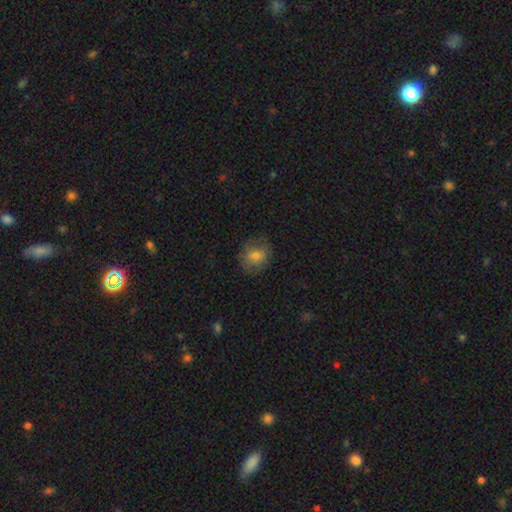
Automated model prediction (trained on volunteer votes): Smooth or featured?
  - smooth: 70% *
  - featured or disk: 21%
  - star or artifact: 10%
How rounded?
  - round: 70% *
  - in between: 29%
  - cigar-shaped: 1%
Merging?
  - none: 72% *
  - minor disturbance: 19%
  - major disturbance: 9%
  - merger: 1%